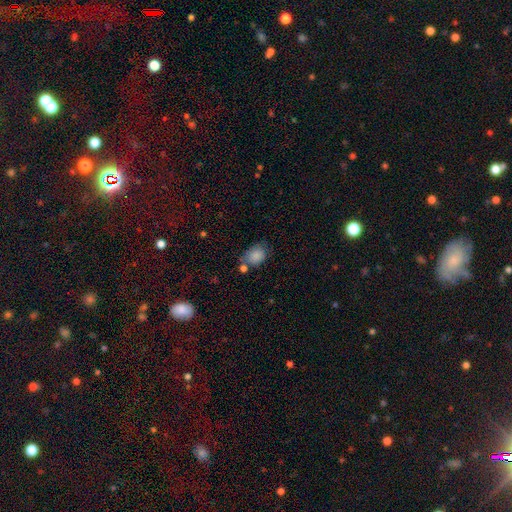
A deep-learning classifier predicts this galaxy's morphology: smooth-or-featured: smooth: 85% | star or artifact: 8% | featured or disk: 7%
  how-rounded: in between: 64% | round: 35% | cigar-shaped: 1%
  merging: none: 55% | minor disturbance: 22% | merger: 15% | major disturbance: 7%